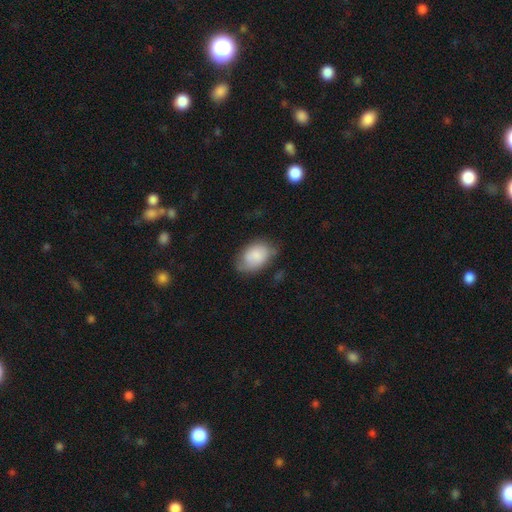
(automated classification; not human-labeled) smooth-or-featured: smooth: 79% | featured or disk: 14% | star or artifact: 7%
  how-rounded: in between: 84% | round: 15% | cigar-shaped: 1%
  merging: none: 57% | minor disturbance: 31% | major disturbance: 9% | merger: 3%